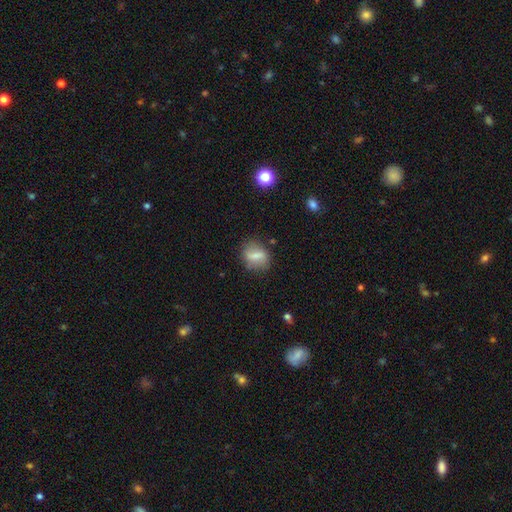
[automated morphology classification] A smooth galaxy with no disk features (60%) that is in between round and cigar-shaped (53%). Merging: none (74%).